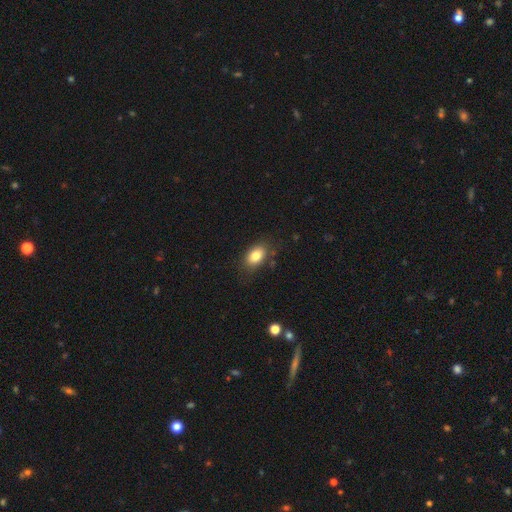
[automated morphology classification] A smooth galaxy with no disk features (82%) that is in between round and cigar-shaped (85%). Merging: none (80%).